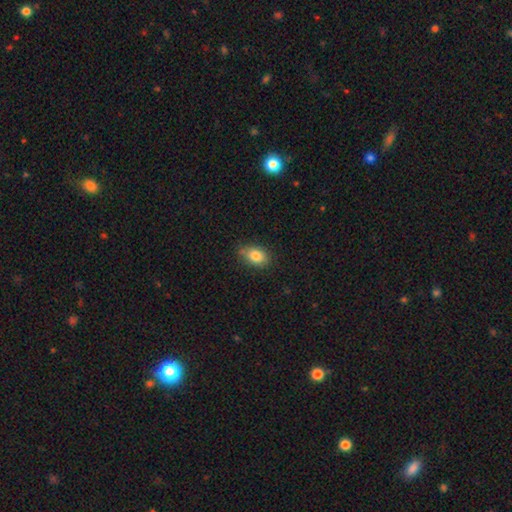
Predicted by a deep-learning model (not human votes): Overall: smooth (83%). How rounded: in between (80%). Merging: none (74%).